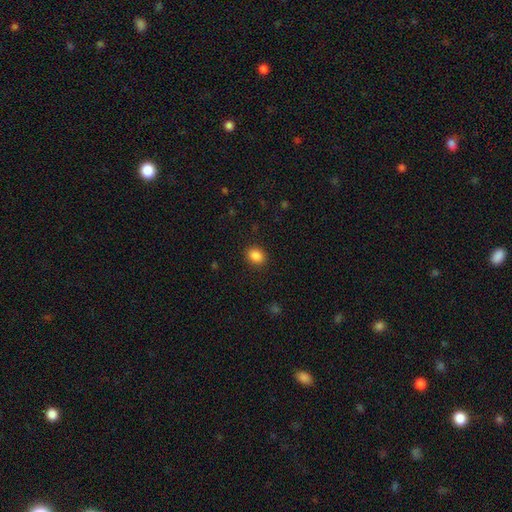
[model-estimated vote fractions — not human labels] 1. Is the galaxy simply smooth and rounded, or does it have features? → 87% smooth, 9% star or artifact, 4% featured or disk.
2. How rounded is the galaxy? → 52% in between, 47% round, 1% cigar-shaped.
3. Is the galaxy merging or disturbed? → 89% none, 7% minor disturbance, 2% major disturbance, 1% merger.